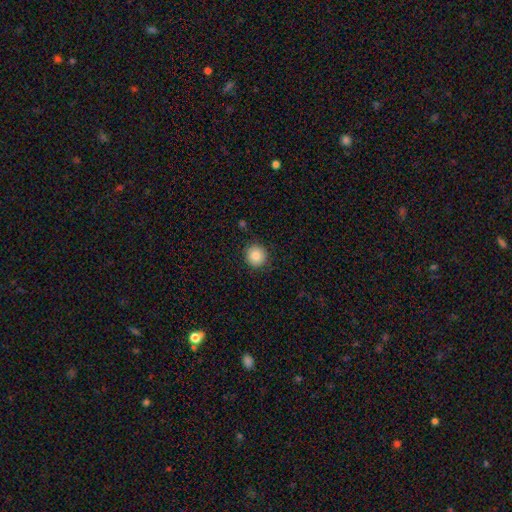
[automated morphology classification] A smooth galaxy with no disk features (86%) that is round (93%). Merging: none (90%).